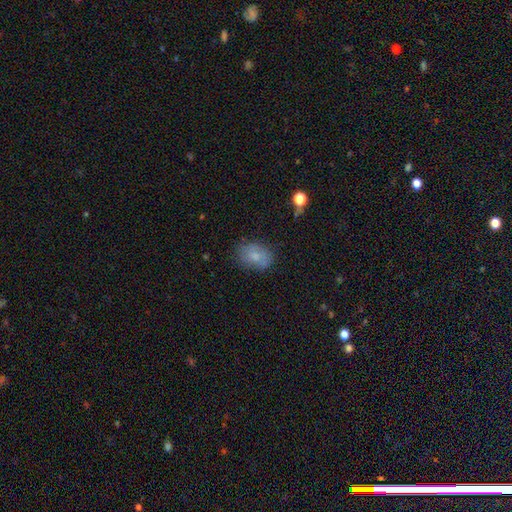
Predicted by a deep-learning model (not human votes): This is likely a smooth galaxy (72%). How rounded: likely in between (74%). Merging: likely none (72%).